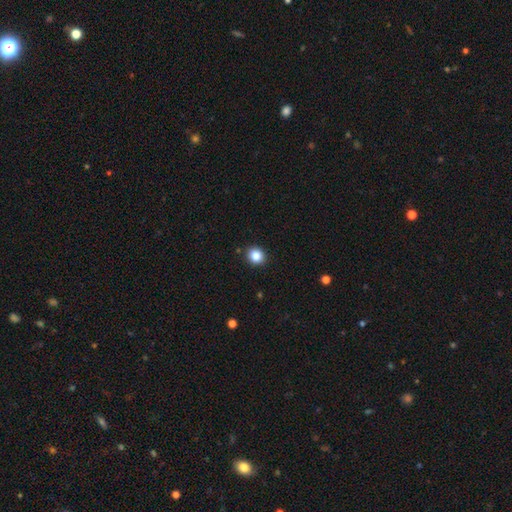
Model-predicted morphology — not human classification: This appears to be a smooth galaxy with no disk features (85%) that is round (82%). Merging: none (91%).